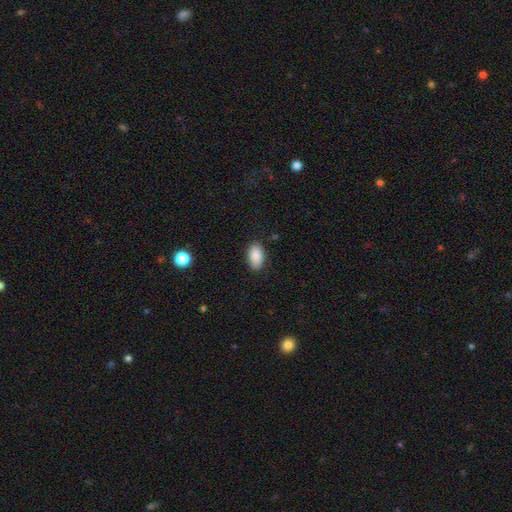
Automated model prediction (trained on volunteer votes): Smooth or featured: smooth — 89% (star or artifact — 7%)
How rounded: in between — 93% (round — 5%)
Merging: none — 86% (minor disturbance — 11%)